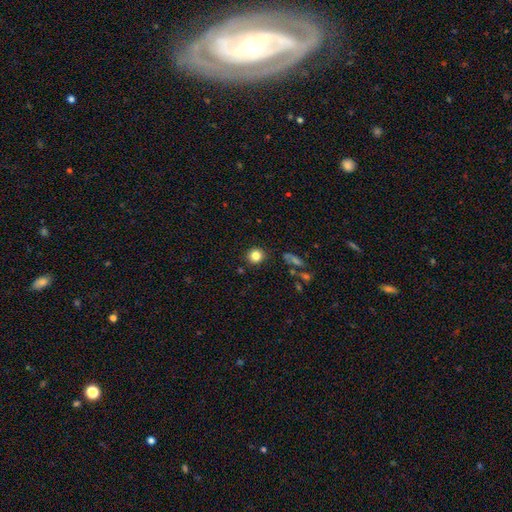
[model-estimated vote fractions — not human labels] The model was most divided on "smooth or featured": smooth: 82%, star or artifact: 11%, featured or disk: 6%. More confident: merging — none (88%); how rounded — round (87%).